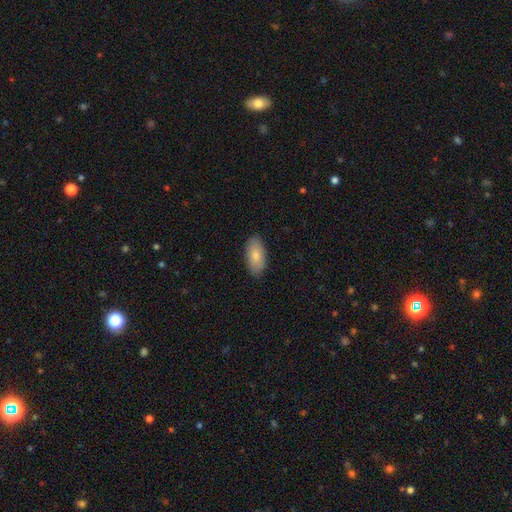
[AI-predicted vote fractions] Smooth or featured? smooth (82%)
How rounded? in between (94%)
Merging? none (87%)